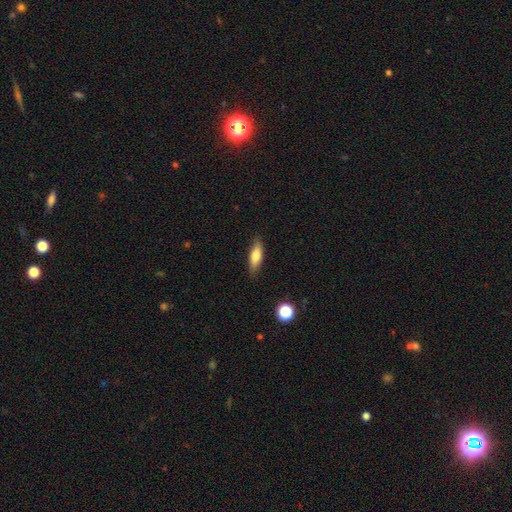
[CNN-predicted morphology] A smooth galaxy with no disk features (73%) that is in between round and cigar-shaped (53%).

Vote fractions:
- Smooth or featured? smooth: 73% / featured or disk: 19% / star or artifact: 7%
- How rounded? in between: 53% / cigar-shaped: 44% / round: 3%
- Merging? none: 85% / minor disturbance: 12% / major disturbance: 2% / merger: 1%